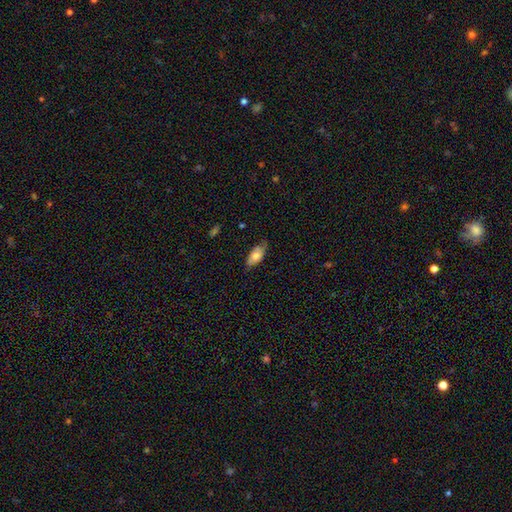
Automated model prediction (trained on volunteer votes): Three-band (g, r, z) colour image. It shows a smooth galaxy with no disk features (67%) that is in between round and cigar-shaped (88%). Merging: none (70%).